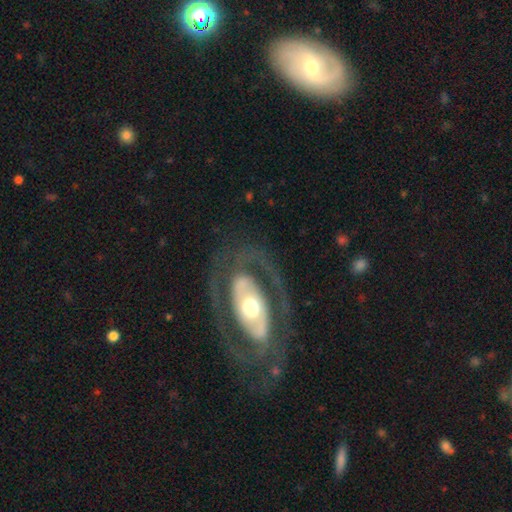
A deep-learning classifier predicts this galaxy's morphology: This is likely a featured or disk galaxy (80%). It is clearly not viewed edge-on (93%). Bar: possibly no (56%). Spiral arm pattern: likely yes (62%). Central bulge: likely moderate (62%). Merging: likely none (73%).